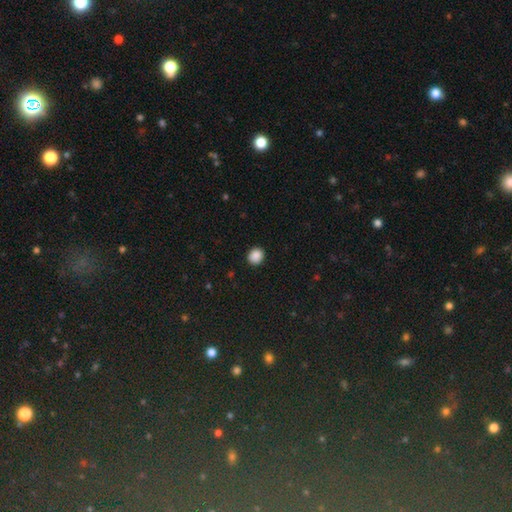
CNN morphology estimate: Overall: smooth (88%). How rounded: round (83%). Merging: none (91%).